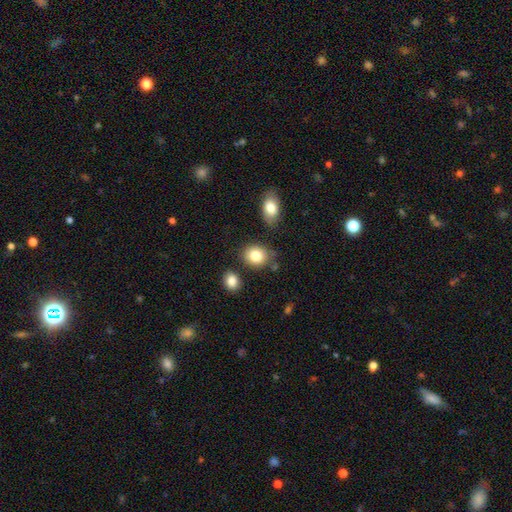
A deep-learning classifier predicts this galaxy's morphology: Smooth or featured?
  - smooth: 84% *
  - star or artifact: 8%
  - featured or disk: 8%
How rounded?
  - round: 57% *
  - in between: 42%
  - cigar-shaped: 1%
Merging?
  - none: 75% *
  - minor disturbance: 13%
  - merger: 8%
  - major disturbance: 4%